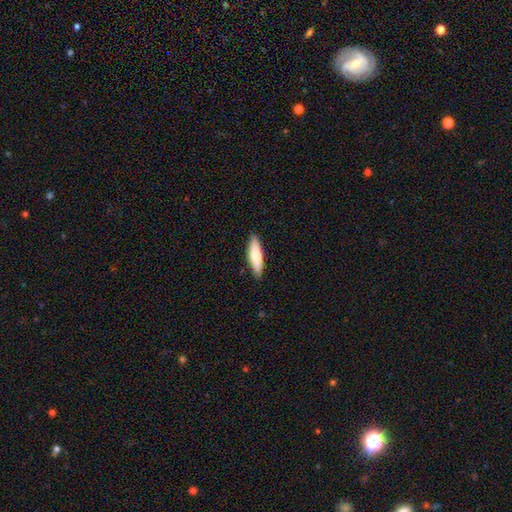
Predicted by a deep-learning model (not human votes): Smooth or featured? smooth (74%)
How rounded? cigar-shaped (61%)
Merging? none (88%)